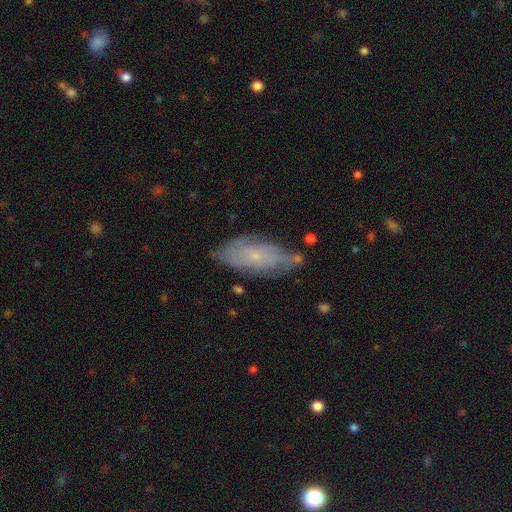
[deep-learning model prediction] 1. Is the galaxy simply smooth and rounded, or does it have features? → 54% featured or disk, 38% smooth, 8% star or artifact.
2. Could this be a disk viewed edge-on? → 85% no, 15% yes.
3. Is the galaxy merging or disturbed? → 70% none, 22% minor disturbance, 5% major disturbance, 3% merger.